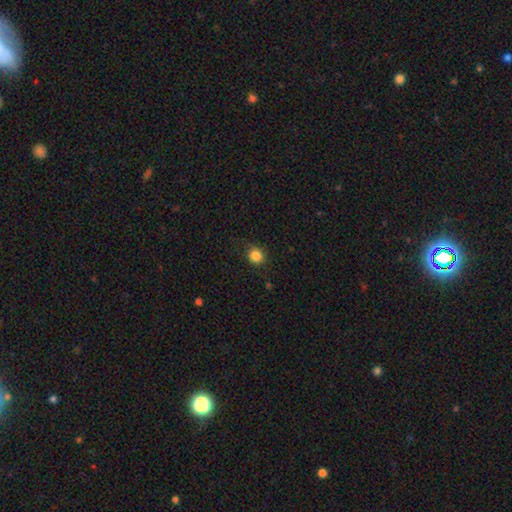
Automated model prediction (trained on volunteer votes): A smooth galaxy with no disk features (85%) that is round (86%). Merging: none (82%).